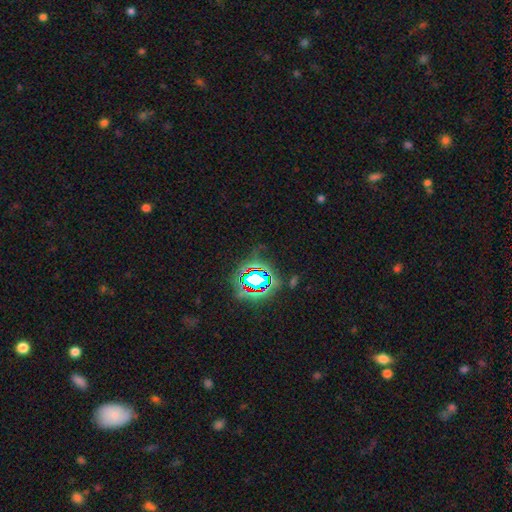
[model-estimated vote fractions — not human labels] Smooth or featured: star or artifact — 78% (smooth — 13%)